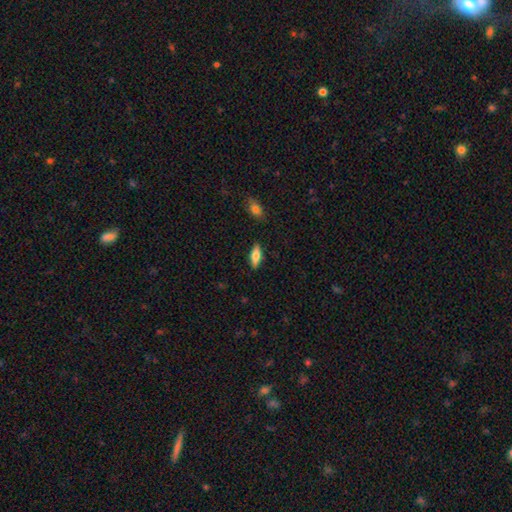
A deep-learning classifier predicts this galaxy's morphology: A smooth galaxy with no disk features (64%) that is in between round and cigar-shaped (64%).

Vote fractions:
- Smooth or featured? smooth: 64% / featured or disk: 29% / star or artifact: 7%
- How rounded? in between: 64% / cigar-shaped: 33% / round: 3%
- Merging? none: 88% / minor disturbance: 9% / major disturbance: 2% / merger: 2%